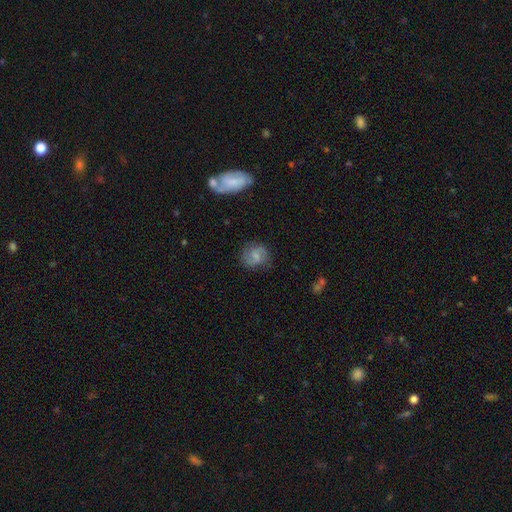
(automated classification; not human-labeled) smooth-or-featured: smooth: 57% | featured or disk: 35% | star or artifact: 8%
  how-rounded: round: 73% | in between: 25% | cigar-shaped: 1%
  merging: none: 73% | minor disturbance: 19% | major disturbance: 6% | merger: 2%